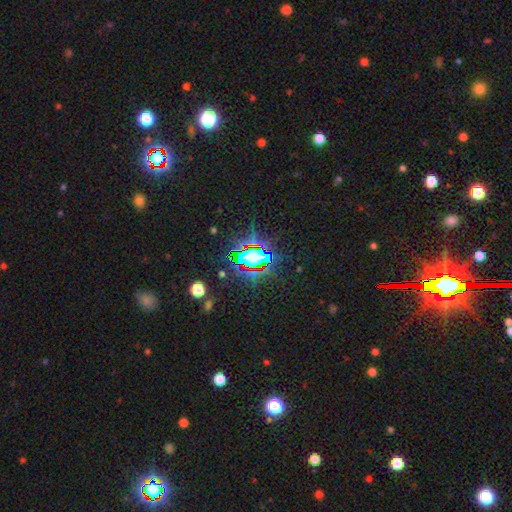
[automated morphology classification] Smooth or featured: star or artifact — 73% (smooth — 16%)